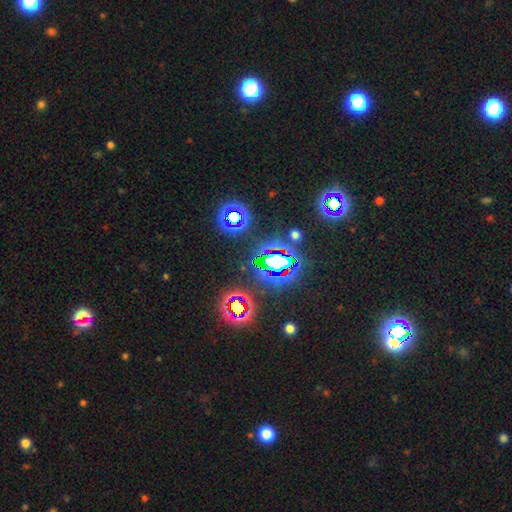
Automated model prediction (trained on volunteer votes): This appears to be a star or artifact, not a galaxy (76%).